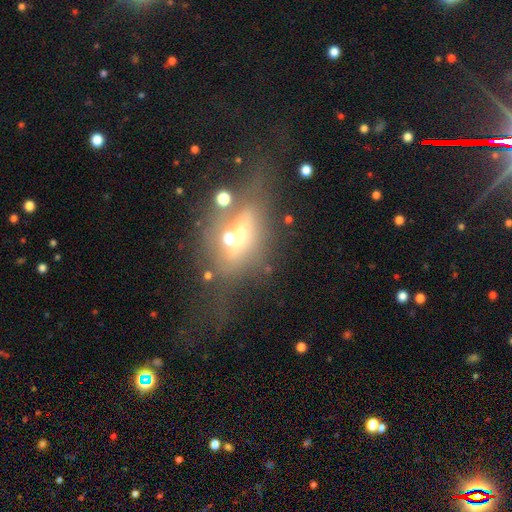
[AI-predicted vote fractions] featured or disk 49%, smooth 31%, star or artifact 20%. Down the decision tree: merging — none (37%).